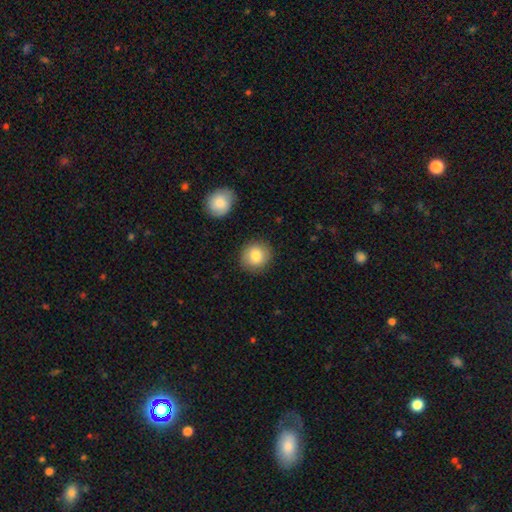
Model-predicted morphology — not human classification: Smooth or featured: smooth — 83% (featured or disk — 9%)
How rounded: round — 88% (in between — 11%)
Merging: none — 87% (minor disturbance — 8%)